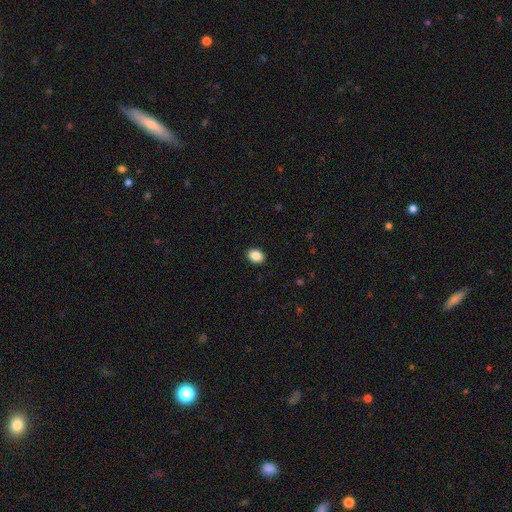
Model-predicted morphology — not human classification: type=smooth (89%); roundness=in between (73%); merging=none (91%).